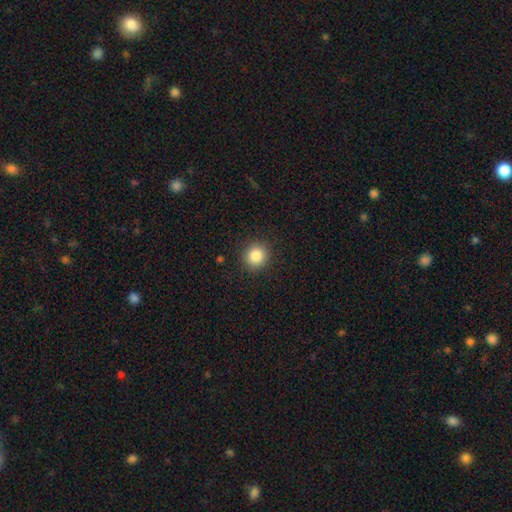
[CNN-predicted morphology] Smooth or featured? Predicted: smooth (p=0.85). How rounded? Predicted: round (p=0.90). Merging? Predicted: none (p=0.91).